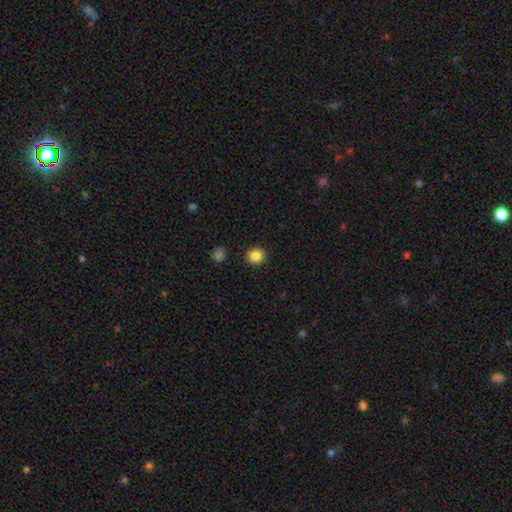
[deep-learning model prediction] Smooth or featured: smooth — 86% (star or artifact — 10%)
How rounded: round — 89% (in between — 10%)
Merging: none — 92% (minor disturbance — 5%)